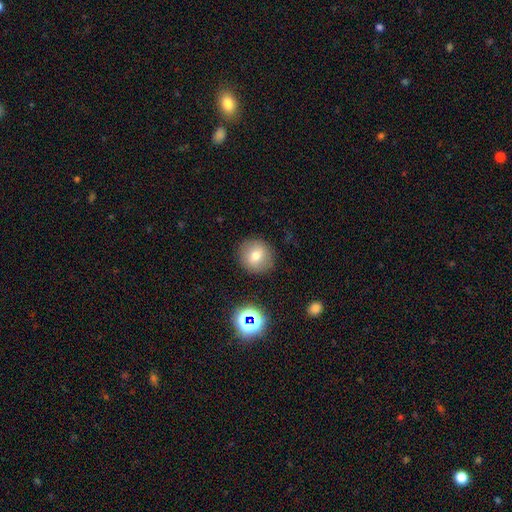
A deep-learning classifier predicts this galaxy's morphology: Smooth or featured: smooth — 73% (featured or disk — 14%)
How rounded: round — 90% (in between — 9%)
Merging: none — 87% (minor disturbance — 8%)